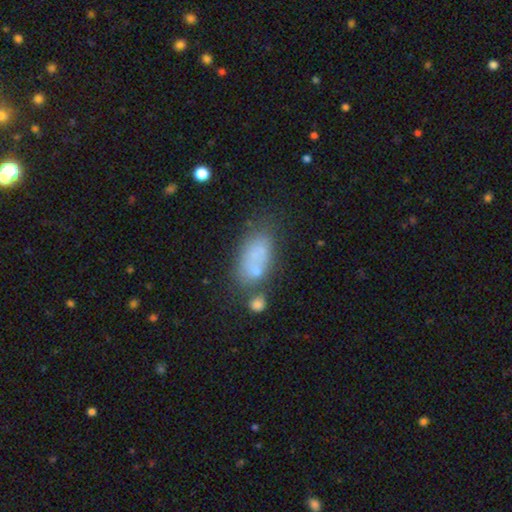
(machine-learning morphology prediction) type=smooth (66%); roundness=in between (86%); merging=none (45%).